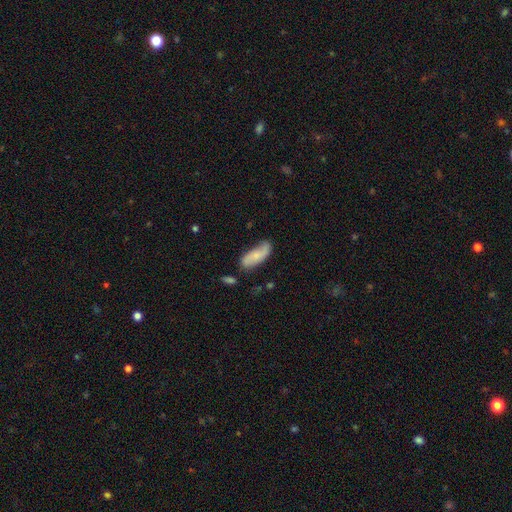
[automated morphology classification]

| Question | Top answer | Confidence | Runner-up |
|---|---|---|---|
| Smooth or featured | smooth | 61% | featured or disk (33%) |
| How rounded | in between | 76% | cigar-shaped (22%) |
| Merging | none | 60% | minor disturbance (28%) |